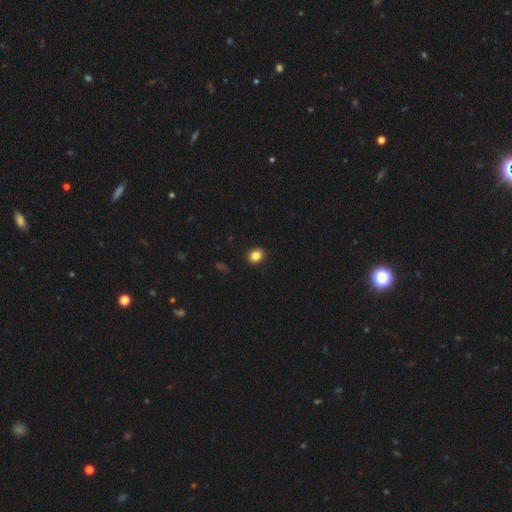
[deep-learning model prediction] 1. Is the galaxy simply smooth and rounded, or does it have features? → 85% smooth, 10% star or artifact, 5% featured or disk.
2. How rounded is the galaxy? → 59% round, 40% in between, 1% cigar-shaped.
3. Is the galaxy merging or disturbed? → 91% none, 6% minor disturbance, 2% major disturbance, 1% merger.